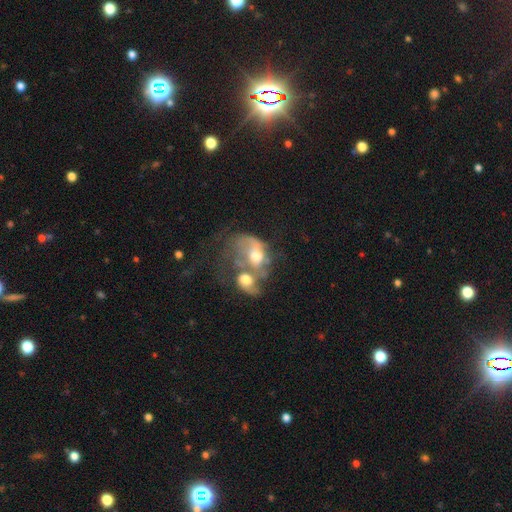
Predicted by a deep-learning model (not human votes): Overall: featured or disk (58%; smooth 32%). Edge-on disk: no (97%). Bar: no (76%). Spiral arms: no (54%; yes 46%). Bulge size: moderate (64%). Merging: merger (72%).